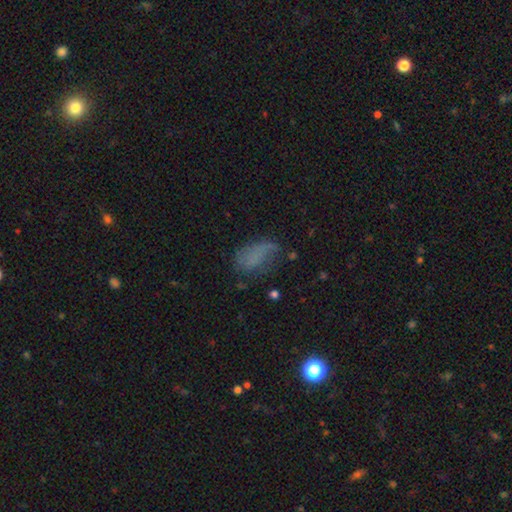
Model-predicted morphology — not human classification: Smooth or featured? smooth (57%)
How rounded? in between (86%)
Merging? none (42%)